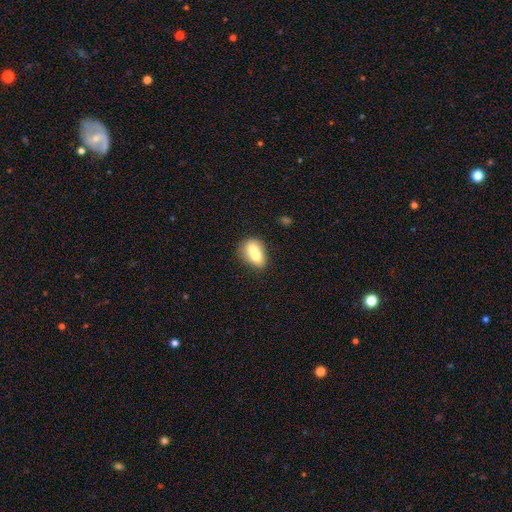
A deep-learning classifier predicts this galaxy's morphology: Smooth or featured? Predicted: smooth (p=0.65). How rounded? Predicted: in between (p=0.62). Merging? Predicted: merger (p=0.63).